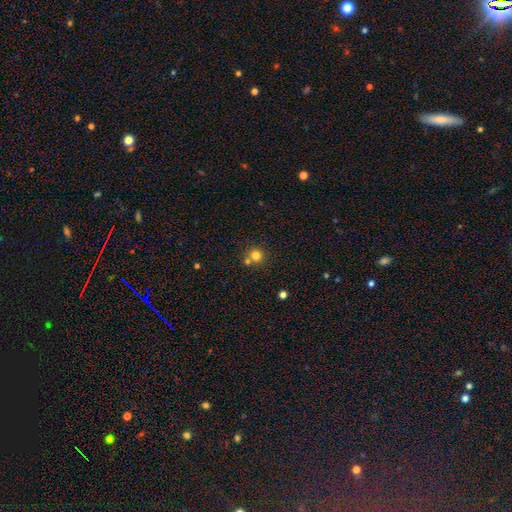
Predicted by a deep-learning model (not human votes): This is likely a smooth galaxy (78%). How rounded: clearly round (92%). Merging: likely none (65%).